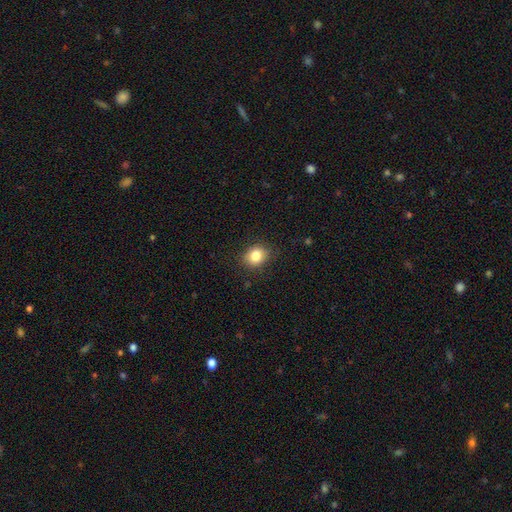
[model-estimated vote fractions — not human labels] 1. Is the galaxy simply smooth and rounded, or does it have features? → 84% smooth, 10% star or artifact, 7% featured or disk.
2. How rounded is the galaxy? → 53% round, 46% in between, 1% cigar-shaped.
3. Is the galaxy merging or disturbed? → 85% none, 11% minor disturbance, 3% major disturbance, 1% merger.